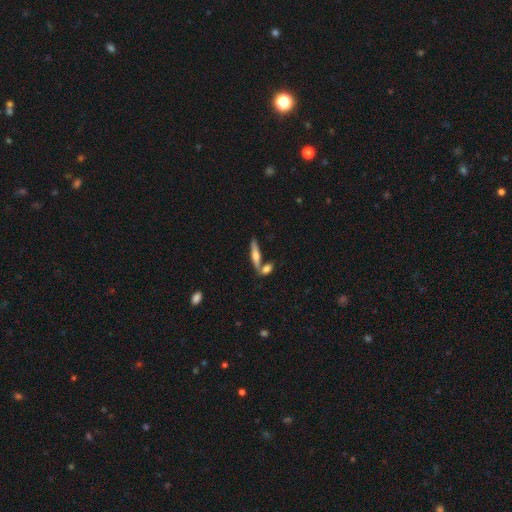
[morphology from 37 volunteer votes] Smooth or featured? smooth (51%)
How rounded? cigar-shaped (79%)
Merging? none (49%)